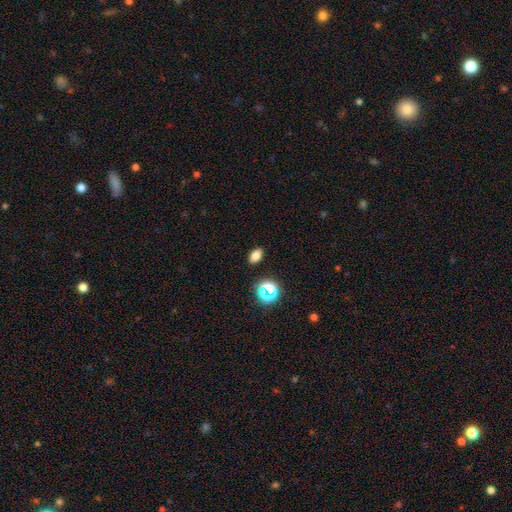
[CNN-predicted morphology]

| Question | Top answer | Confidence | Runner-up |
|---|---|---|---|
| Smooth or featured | smooth | 78% | star or artifact (16%) |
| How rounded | in between | 84% | round (14%) |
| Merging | none | 88% | minor disturbance (8%) |